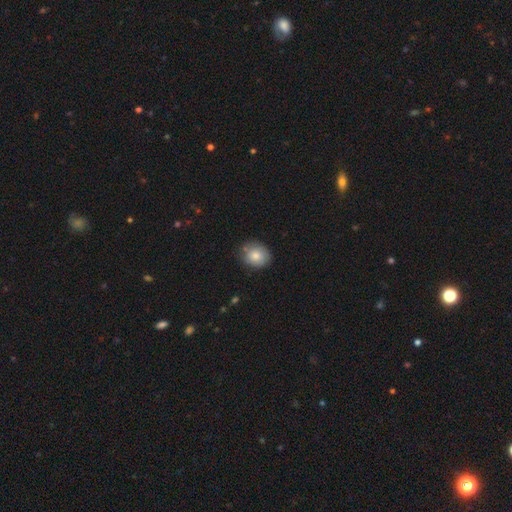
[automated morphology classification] A smooth galaxy with no disk features (79%) that is round (68%). Merging: none (76%).